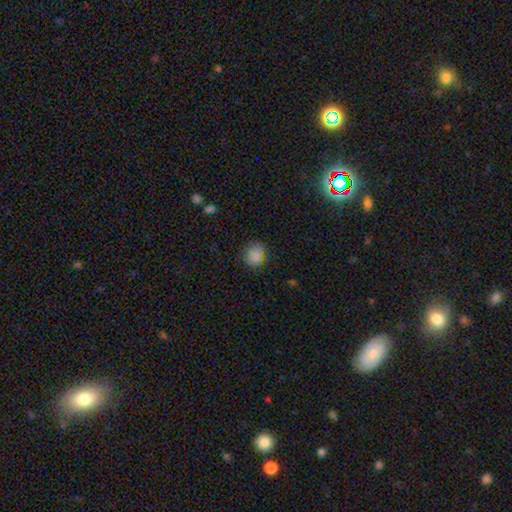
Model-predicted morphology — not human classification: smooth-or-featured: smooth: 84% | star or artifact: 11% | featured or disk: 5%
  how-rounded: round: 77% | in between: 23% | cigar-shaped: 1%
  merging: none: 80% | minor disturbance: 15% | major disturbance: 4% | merger: 1%